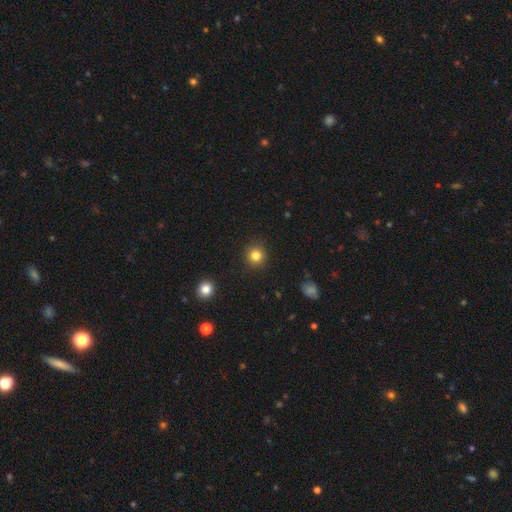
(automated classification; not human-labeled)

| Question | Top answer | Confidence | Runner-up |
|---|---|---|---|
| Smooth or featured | smooth | 83% | star or artifact (12%) |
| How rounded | round | 93% | in between (6%) |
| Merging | none | 91% | minor disturbance (6%) |